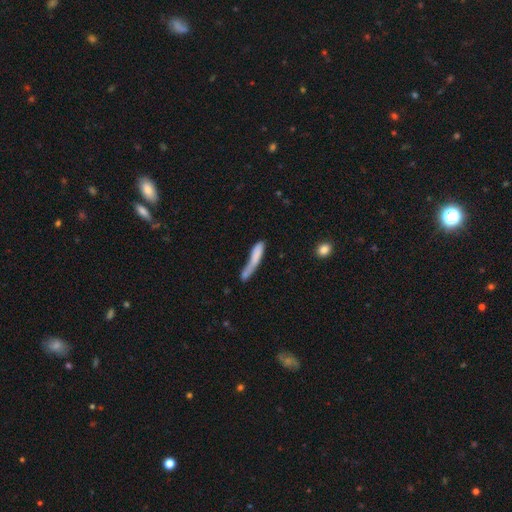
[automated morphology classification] Overall: smooth (71%). How rounded: cigar-shaped (85%). Merging: none (29%, tied with merger).